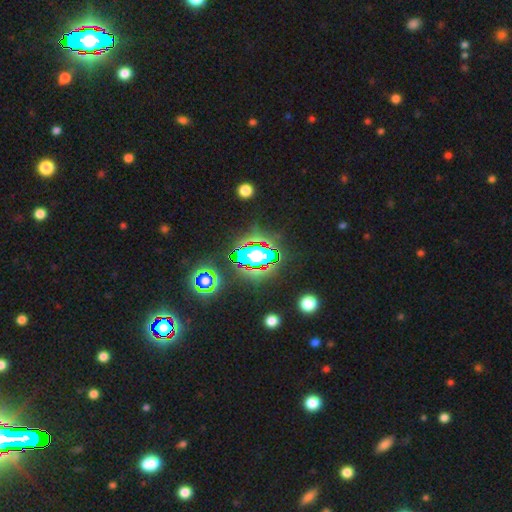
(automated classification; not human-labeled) Smooth or featured? star or artifact (61%)